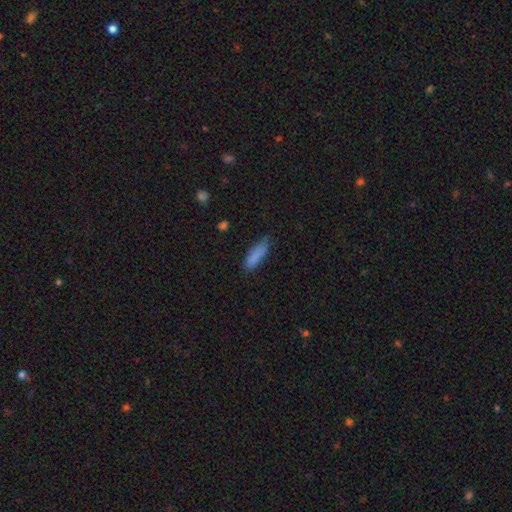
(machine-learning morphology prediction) The model was most divided on "how rounded": cigar-shaped: 56%, in between: 42%, round: 2%. More confident: smooth or featured — smooth (85%); merging — none (66%).